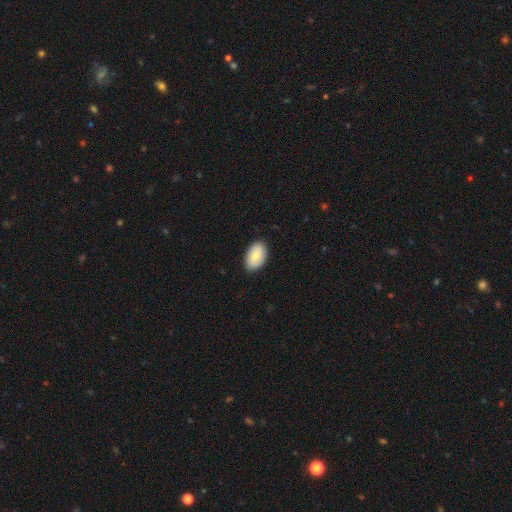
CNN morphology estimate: Smooth or featured?
  - smooth: 80% *
  - featured or disk: 14%
  - star or artifact: 6%
How rounded?
  - in between: 91% *
  - round: 7%
  - cigar-shaped: 1%
Merging?
  - none: 88% *
  - minor disturbance: 9%
  - major disturbance: 2%
  - merger: 1%